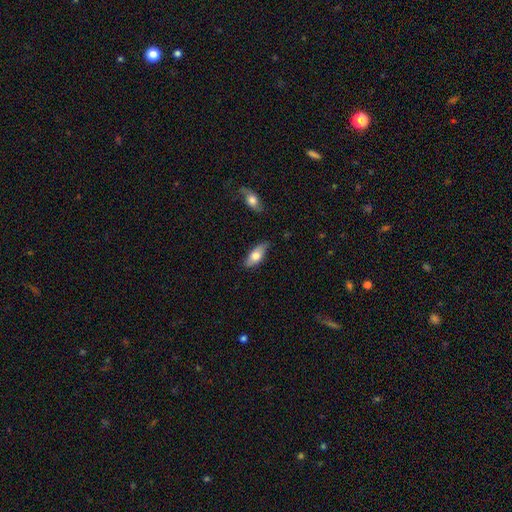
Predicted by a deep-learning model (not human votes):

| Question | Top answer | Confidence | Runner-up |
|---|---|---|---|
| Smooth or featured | smooth | 67% | featured or disk (27%) |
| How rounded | in between | 80% | cigar-shaped (17%) |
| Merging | none | 77% | minor disturbance (18%) |